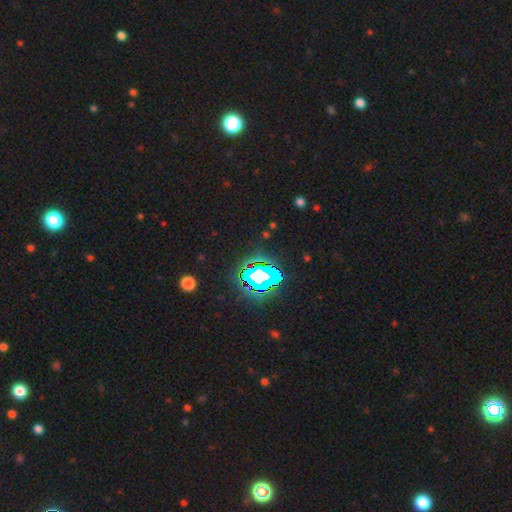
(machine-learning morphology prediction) type=star or artifact (82%).